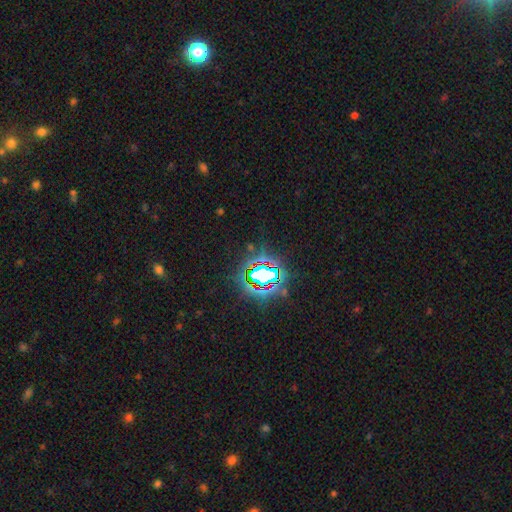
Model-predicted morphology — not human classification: A star or artifact, not a galaxy (82%).

Vote fractions:
- Smooth or featured? star or artifact: 82% / smooth: 10% / featured or disk: 8%